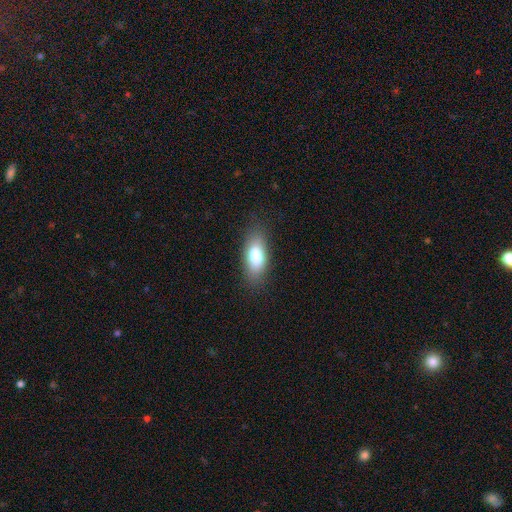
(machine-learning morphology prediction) A smooth galaxy with no disk features (79%) that is in between round and cigar-shaped (83%). Merging: none (83%).